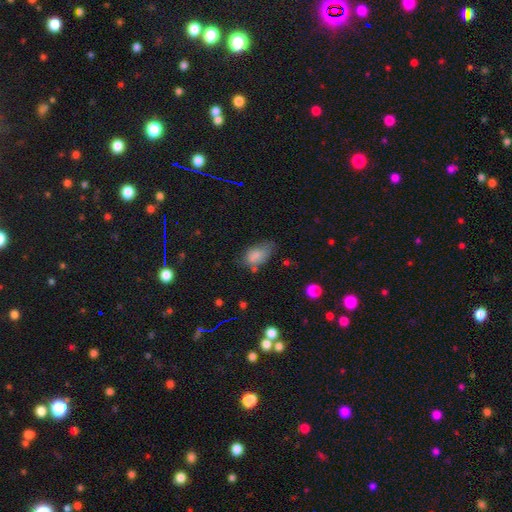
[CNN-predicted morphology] smooth_or_featured: smooth (p=0.79) [alt: featured or disk p=0.12]
how_rounded: in between (p=0.90) [alt: round p=0.08]
merging: none (p=0.42) [alt: minor disturbance p=0.36]